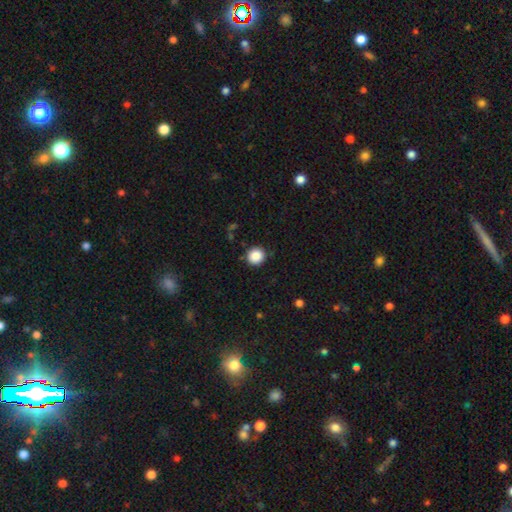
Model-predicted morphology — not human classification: Smooth or featured? Predicted: smooth (p=0.87). How rounded? Predicted: round (p=0.92). Merging? Predicted: none (p=0.88).